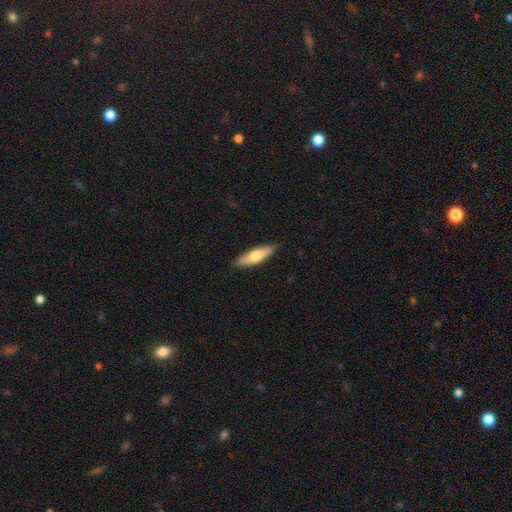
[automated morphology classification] Overall: smooth (68%). How rounded: cigar-shaped (61%; in between 37%). Merging: none (85%).